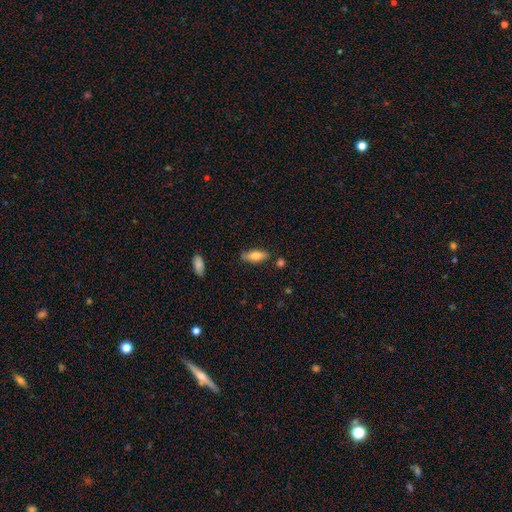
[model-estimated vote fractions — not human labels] smooth-or-featured: smooth: 73% | featured or disk: 20% | star or artifact: 6%
  how-rounded: in between: 64% | cigar-shaped: 34% | round: 2%
  merging: none: 79% | minor disturbance: 15% | merger: 4% | major disturbance: 3%